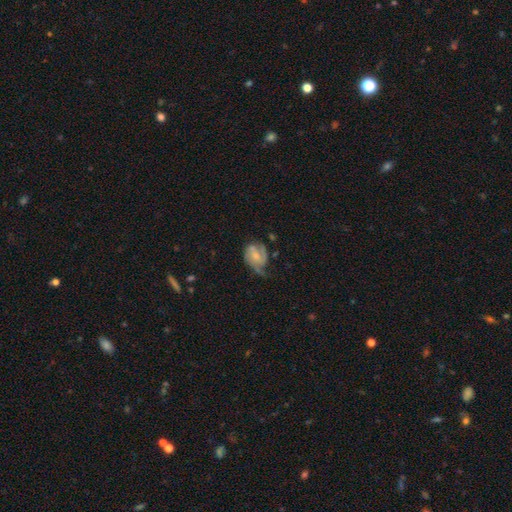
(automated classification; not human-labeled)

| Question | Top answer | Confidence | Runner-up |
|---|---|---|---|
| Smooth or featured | featured or disk | 66% | smooth (26%) |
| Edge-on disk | no | 97% | yes (3%) |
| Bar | no | 56% | weak (36%) |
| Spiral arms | yes | 87% | no (13%) |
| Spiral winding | medium | 43% | tight (31%) |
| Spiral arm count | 2 | 53% | can't tell (17%) |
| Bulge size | small | 42% | moderate (36%) |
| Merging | none | 39% | minor disturbance (30%) |